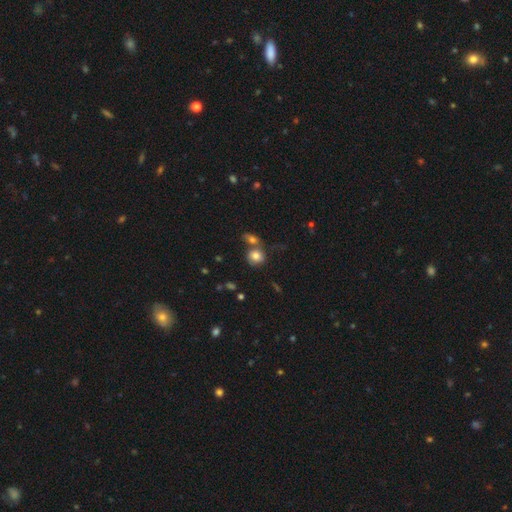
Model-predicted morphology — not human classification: This appears to be a smooth galaxy with no disk features (79%) that is round (73%). Merging: none (49%).